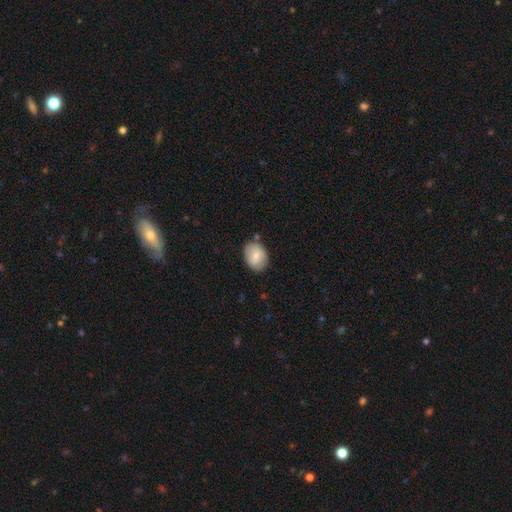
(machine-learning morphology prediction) smooth-or-featured: smooth: 70% | featured or disk: 24% | star or artifact: 7%
  how-rounded: in between: 72% | round: 27% | cigar-shaped: 1%
  merging: none: 78% | minor disturbance: 16% | major disturbance: 3% | merger: 3%